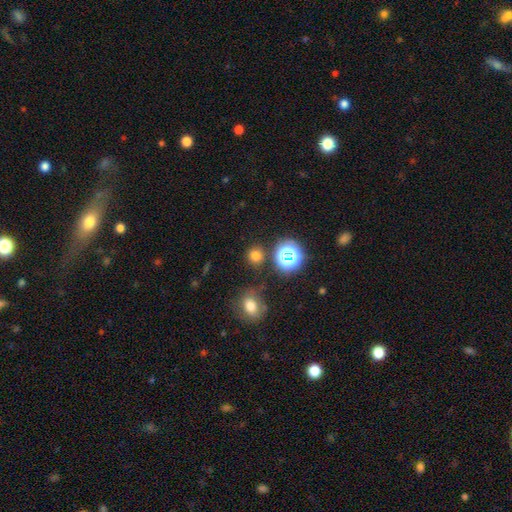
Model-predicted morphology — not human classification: Overall: smooth (70%). How rounded: round (88%). Merging: none (83%).